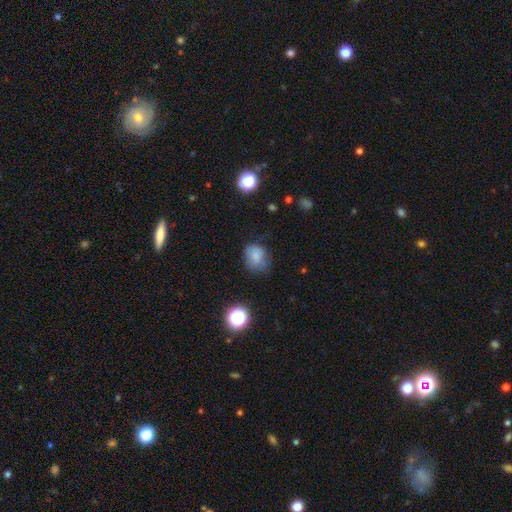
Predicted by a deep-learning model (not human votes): Smooth or featured? Predicted: smooth (p=0.76). How rounded? Predicted: round (p=0.62). Merging? Predicted: none (p=0.57).